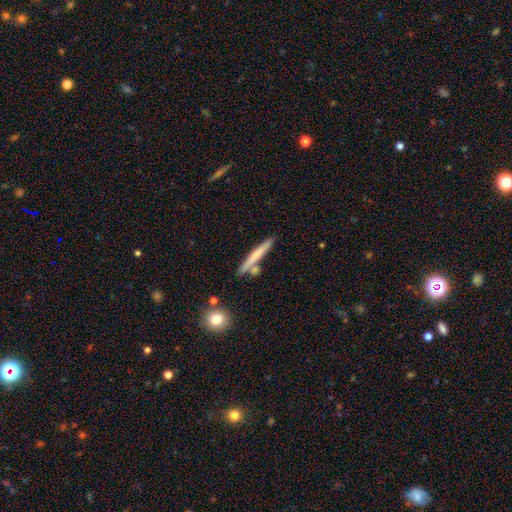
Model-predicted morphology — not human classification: A smooth galaxy with no disk features (57%) that is cigar-shaped (94%).

Vote fractions:
- Smooth or featured? smooth: 57% / featured or disk: 36% / star or artifact: 6%
- How rounded? cigar-shaped: 94% / in between: 4% / round: 2%
- Merging? none: 74% / merger: 12% / minor disturbance: 12% / major disturbance: 3%